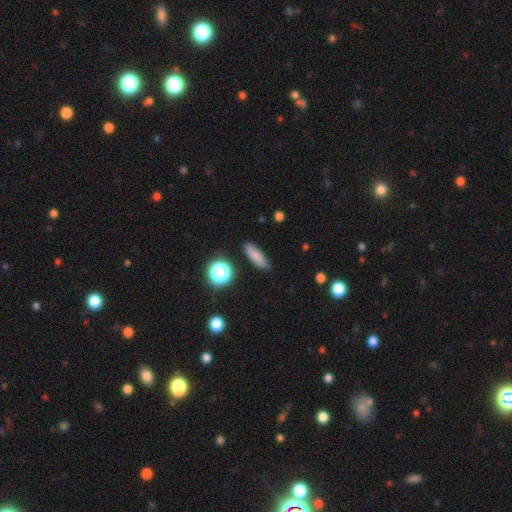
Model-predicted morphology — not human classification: Smooth or featured?
  - smooth: 79% *
  - star or artifact: 11%
  - featured or disk: 10%
How rounded?
  - cigar-shaped: 58% *
  - in between: 36%
  - round: 7%
Merging?
  - none: 86% *
  - minor disturbance: 9%
  - major disturbance: 2%
  - merger: 2%